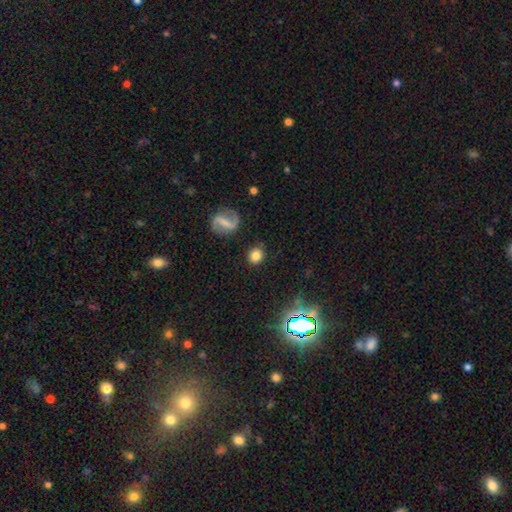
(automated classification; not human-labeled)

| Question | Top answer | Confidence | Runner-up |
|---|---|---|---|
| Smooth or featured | smooth | 74% | featured or disk (13%) |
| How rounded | round | 79% | in between (19%) |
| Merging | none | 85% | minor disturbance (10%) |